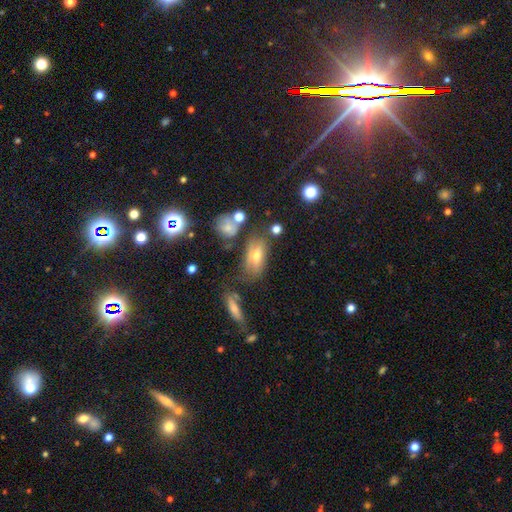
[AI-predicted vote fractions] Morphology: type=smooth (58%); roundness=in between (85%); merging=none (55%).